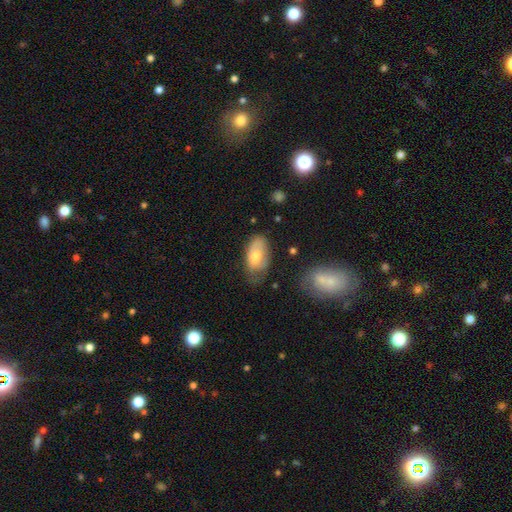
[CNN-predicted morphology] This is likely a smooth galaxy (69%). How rounded: clearly in between (93%). Merging: possibly none (48%).